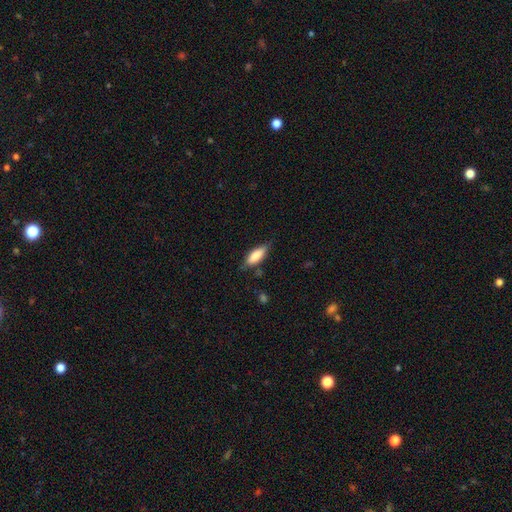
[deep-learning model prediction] Smooth or featured: smooth — 82% (featured or disk — 12%)
How rounded: in between — 68% (cigar-shaped — 30%)
Merging: none — 74% (minor disturbance — 20%)